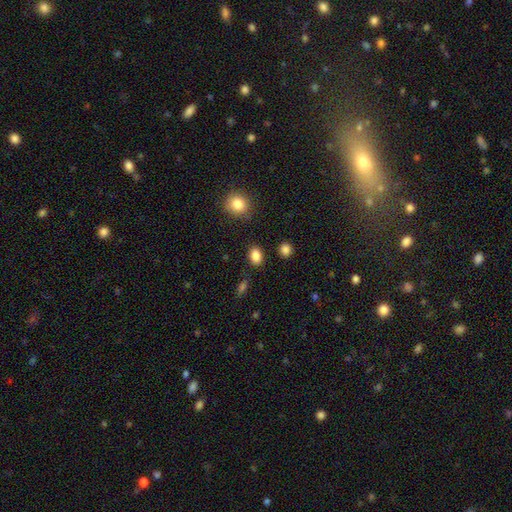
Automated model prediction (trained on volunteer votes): Morphology: type=smooth (86%); roundness=in between (72%); merging=none (87%).